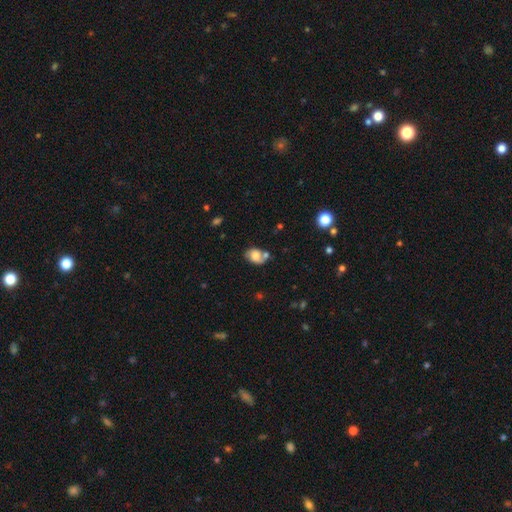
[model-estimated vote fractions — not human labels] This appears to be a smooth galaxy with no disk features (57%) that is in between round and cigar-shaped (68%). Merging: none (48%).